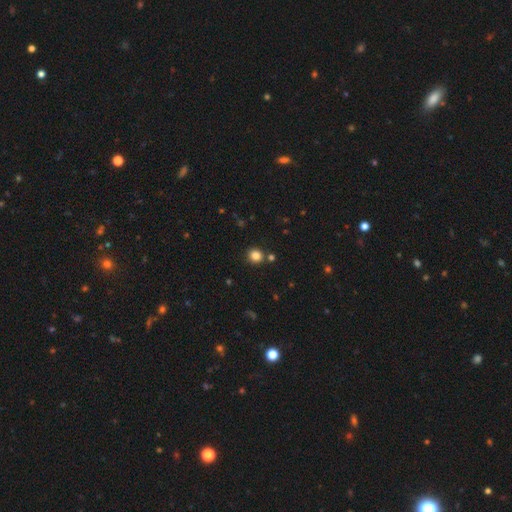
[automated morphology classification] type=smooth (83%); roundness=round (89%); merging=none (85%).